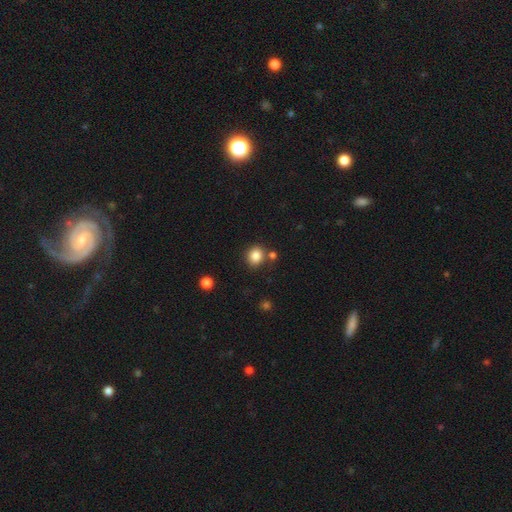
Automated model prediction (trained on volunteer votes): Smooth or featured? smooth (84%)
How rounded? round (74%)
Merging? none (77%)